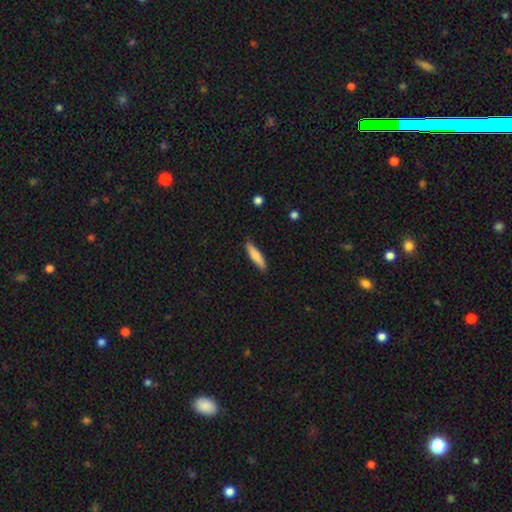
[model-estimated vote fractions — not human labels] This appears to be a smooth galaxy with no disk features (76%) that is cigar-shaped (77%). Merging: none (87%).